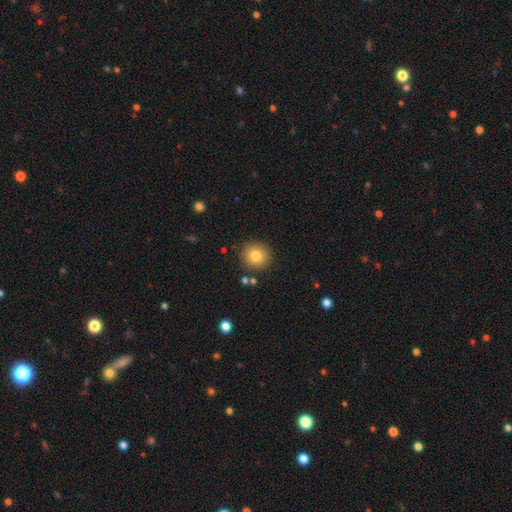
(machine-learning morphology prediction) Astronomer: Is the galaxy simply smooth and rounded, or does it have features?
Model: smooth — 81%.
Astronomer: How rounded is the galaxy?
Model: round — 93%.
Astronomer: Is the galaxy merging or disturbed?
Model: none — 88%.